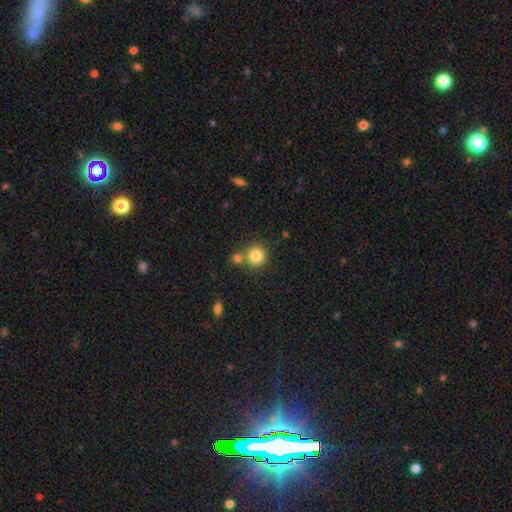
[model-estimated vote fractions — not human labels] smooth 83%, star or artifact 10%, featured or disk 7%. Down the decision tree: how rounded — round (91%); merging — none (64%).